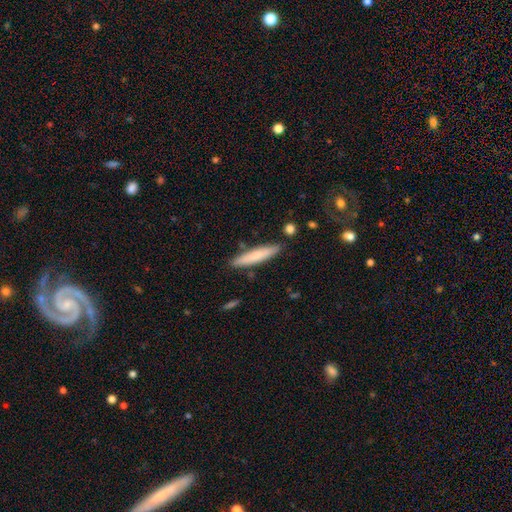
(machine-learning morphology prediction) A smooth galaxy with no disk features (74%) that is cigar-shaped (89%).

Vote fractions:
- Smooth or featured? smooth: 74% / featured or disk: 21% / star or artifact: 6%
- How rounded? cigar-shaped: 89% / in between: 9% / round: 1%
- Merging? none: 86% / minor disturbance: 9% / merger: 3% / major disturbance: 2%